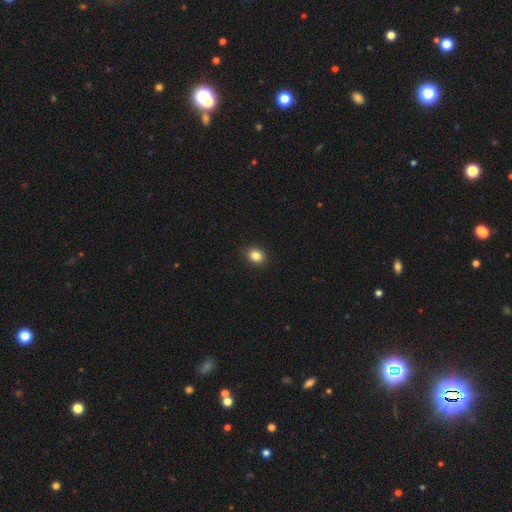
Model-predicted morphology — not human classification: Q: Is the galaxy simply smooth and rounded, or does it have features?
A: smooth — 85%.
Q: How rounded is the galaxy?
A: round — 64%.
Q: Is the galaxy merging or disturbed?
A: none — 91%.